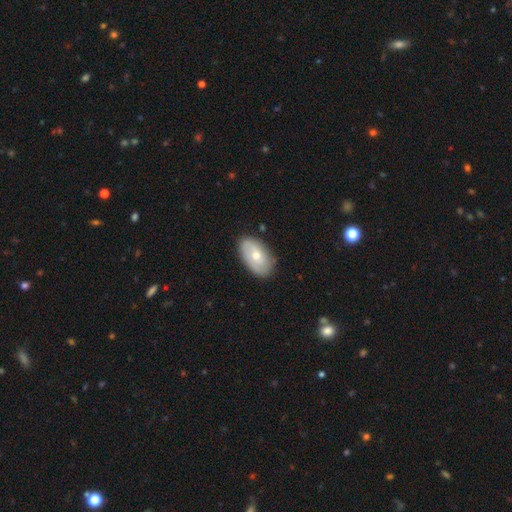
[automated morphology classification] This appears to be a smooth galaxy with no disk features (55%) that is in between round and cigar-shaped (92%). Merging: none (78%).